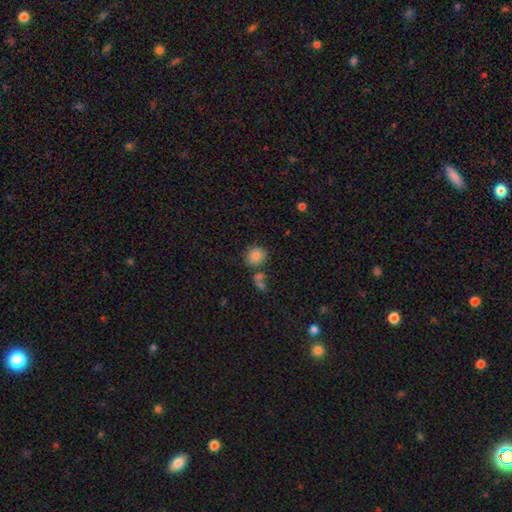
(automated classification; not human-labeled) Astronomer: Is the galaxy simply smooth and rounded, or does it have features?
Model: smooth — 83%.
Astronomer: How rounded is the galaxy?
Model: round — 87%.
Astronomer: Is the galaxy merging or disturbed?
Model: none — 68%.